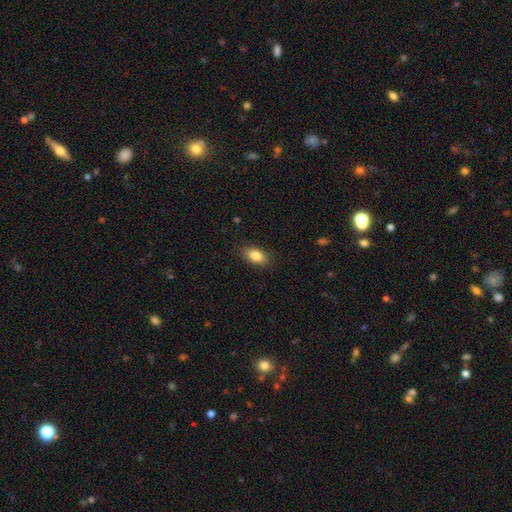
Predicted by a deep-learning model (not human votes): Smooth or featured?
  - smooth: 86% *
  - star or artifact: 7%
  - featured or disk: 7%
How rounded?
  - in between: 90% *
  - round: 5%
  - cigar-shaped: 4%
Merging?
  - none: 87% *
  - minor disturbance: 9%
  - major disturbance: 2%
  - merger: 1%